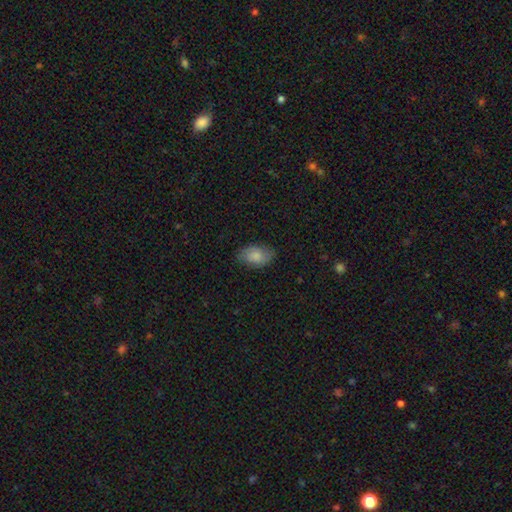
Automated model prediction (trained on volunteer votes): This is likely a smooth galaxy (78%). How rounded: clearly in between (91%). Merging: likely none (76%).